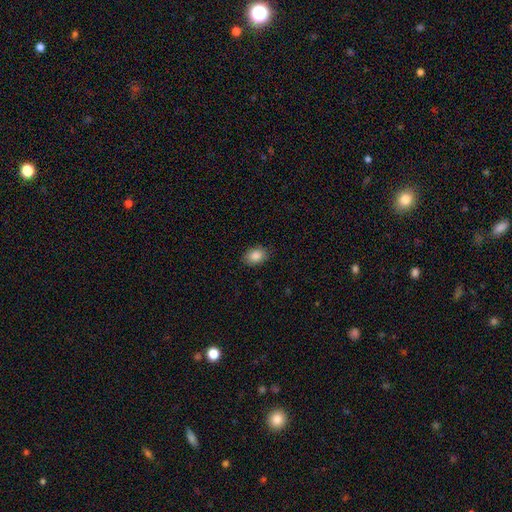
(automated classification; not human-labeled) The model was most divided on "how rounded": in between: 77%, round: 22%, cigar-shaped: 1%. More confident: smooth or featured — smooth (88%); merging — none (86%).